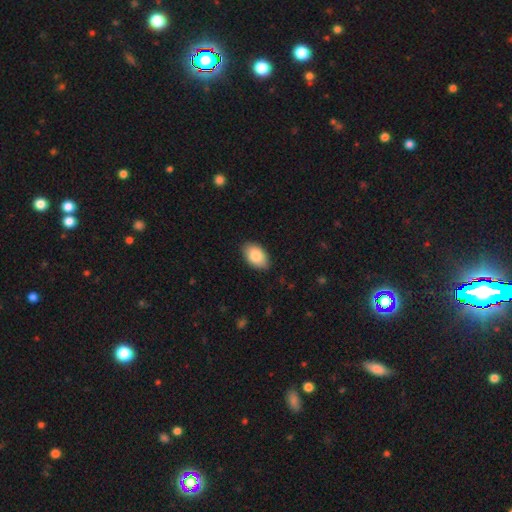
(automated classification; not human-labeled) A smooth galaxy with no disk features (85%) that is in between round and cigar-shaped (93%).

Vote fractions:
- Smooth or featured? smooth: 85% / featured or disk: 9% / star or artifact: 6%
- How rounded? in between: 93% / round: 6% / cigar-shaped: 1%
- Merging? none: 87% / minor disturbance: 10% / major disturbance: 2% / merger: 1%